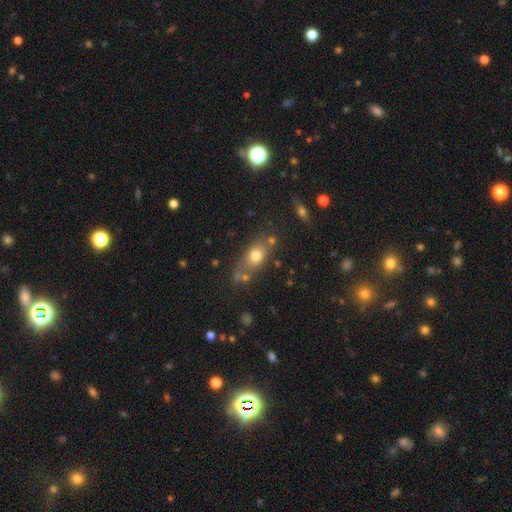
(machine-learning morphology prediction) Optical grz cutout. It shows a smooth galaxy with no disk features (71%) that is in between round and cigar-shaped (64%). Merging: none (62%).